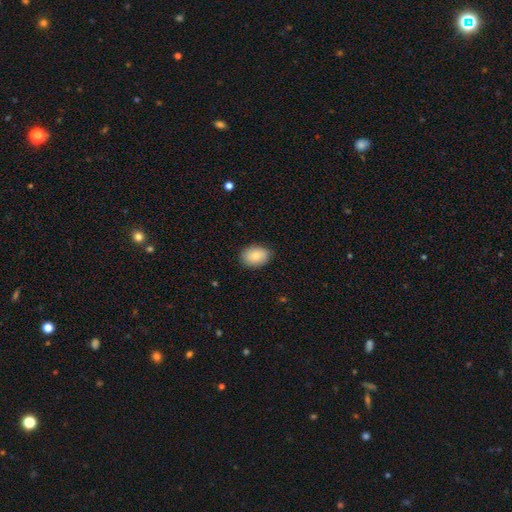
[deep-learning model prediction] smooth 81%, featured or disk 12%, star or artifact 7%. Down the decision tree: how rounded — in between (74%); merging — none (85%).